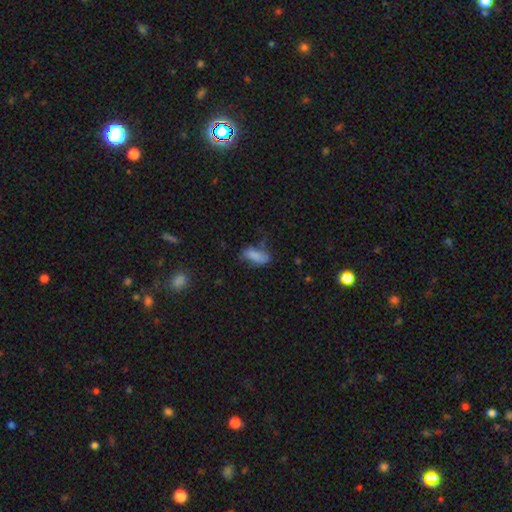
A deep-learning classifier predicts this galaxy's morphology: smooth 75%, featured or disk 15%, star or artifact 10%. Down the decision tree: how rounded — in between (83%); merging — none (43%).